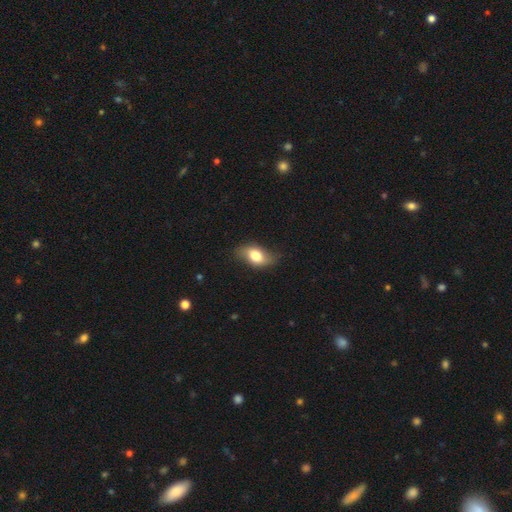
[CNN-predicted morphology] Overall: smooth (69%). How rounded: in between (87%). Merging: none (72%).